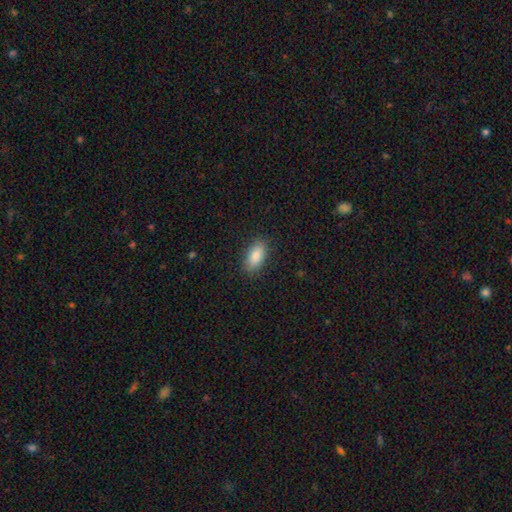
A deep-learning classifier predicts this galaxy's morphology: The model was most divided on "merging": none: 87%, minor disturbance: 9%, major disturbance: 2%, merger: 1%. More confident: how rounded — in between (89%); smooth or featured — smooth (87%).